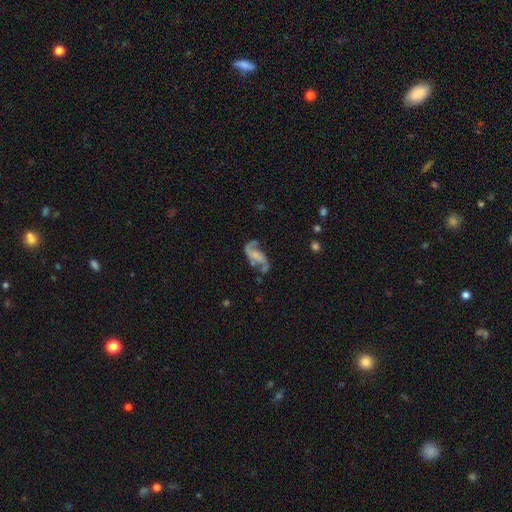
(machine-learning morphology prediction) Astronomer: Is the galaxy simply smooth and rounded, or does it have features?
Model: featured or disk — 76%.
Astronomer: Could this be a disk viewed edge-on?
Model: no — 96%.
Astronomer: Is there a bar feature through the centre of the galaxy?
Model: no — 49% (runner-up: weak, 34%).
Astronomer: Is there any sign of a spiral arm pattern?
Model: yes — 89%.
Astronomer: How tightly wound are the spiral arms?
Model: loose — 66%.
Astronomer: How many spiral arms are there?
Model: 2 — 85%.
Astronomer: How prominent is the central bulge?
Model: none — 51% (runner-up: small, 28%).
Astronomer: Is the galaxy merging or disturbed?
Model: none — 46% (runner-up: major disturbance, 23%).